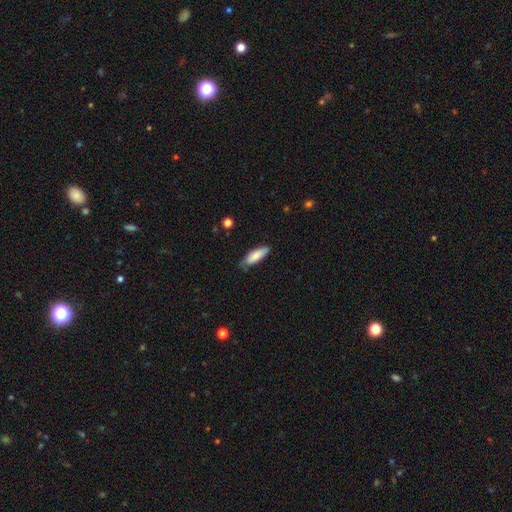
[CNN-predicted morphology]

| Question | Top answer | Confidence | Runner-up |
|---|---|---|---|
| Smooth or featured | smooth | 80% | featured or disk (14%) |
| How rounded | in between | 58% | cigar-shaped (40%) |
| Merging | none | 70% | minor disturbance (25%) |